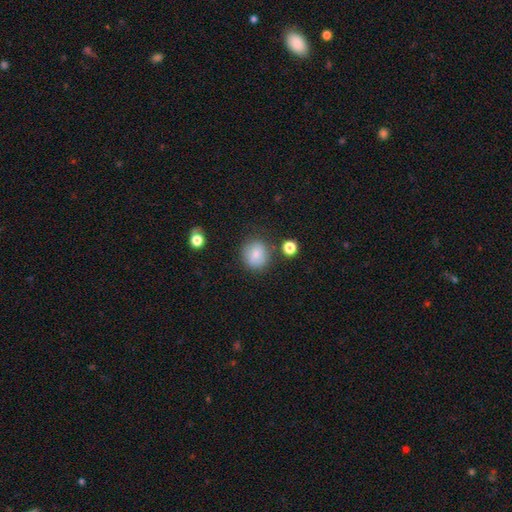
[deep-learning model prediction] This is likely a smooth galaxy (79%). How rounded: clearly round (85%). Merging: likely none (79%).